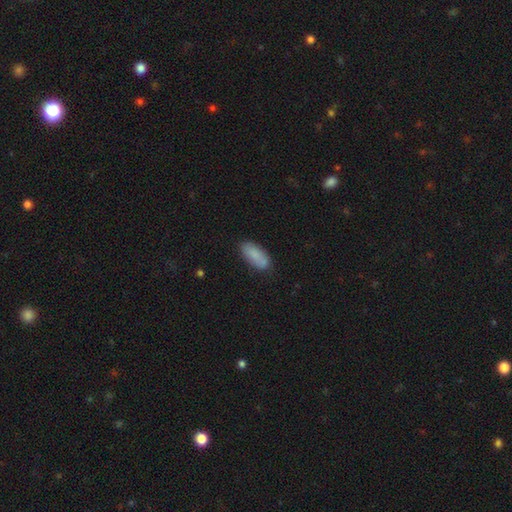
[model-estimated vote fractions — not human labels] smooth-or-featured: smooth: 83% | featured or disk: 10% | star or artifact: 7%
  how-rounded: in between: 85% | cigar-shaped: 13% | round: 2%
  merging: none: 76% | minor disturbance: 17% | merger: 4% | major disturbance: 4%